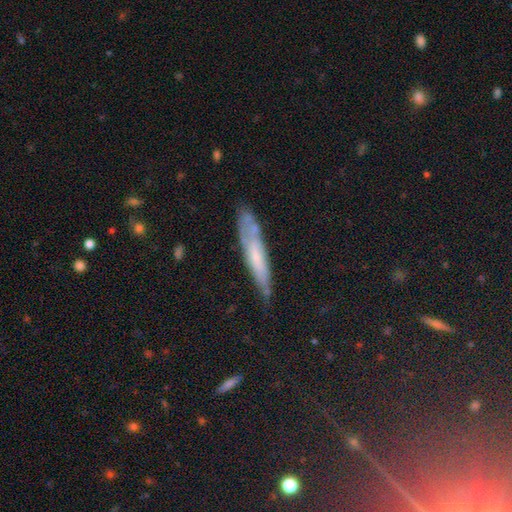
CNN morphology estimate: A smooth galaxy with no disk features (46%). Merging: none (63%).